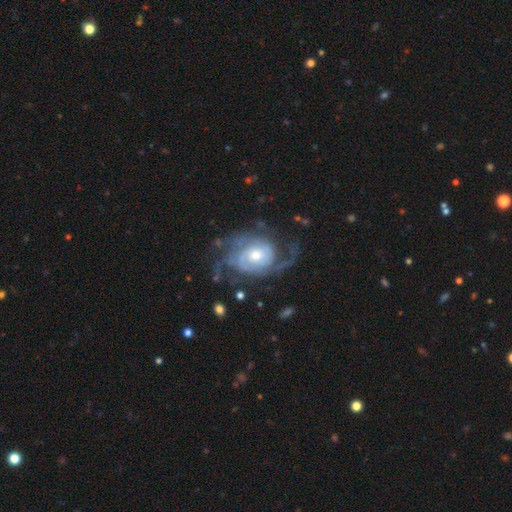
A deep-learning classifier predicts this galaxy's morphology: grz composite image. It shows a featured or disk galaxy (87%) with no bar (71%), 2 (37%) tight (45%) spiral arms (95%) and a moderate central bulge (55%). Merging: none (59%).